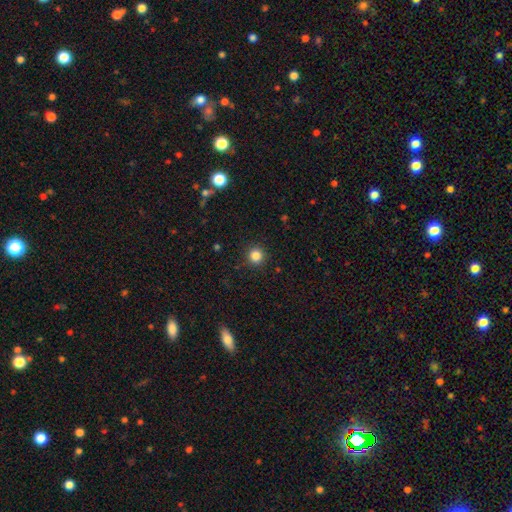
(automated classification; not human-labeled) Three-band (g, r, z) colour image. It shows a smooth galaxy with no disk features (84%) that is round (94%). Merging: none (91%).